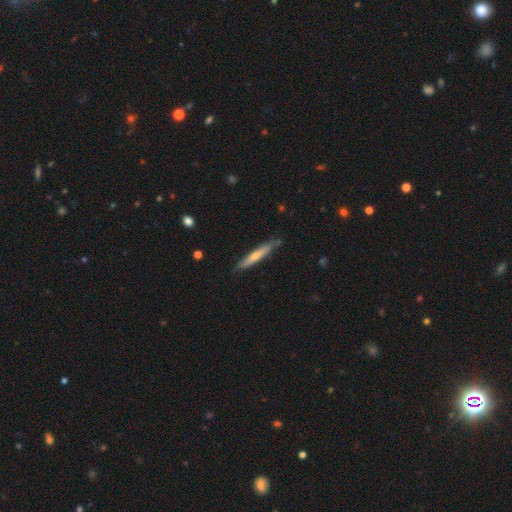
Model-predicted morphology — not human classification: smooth 59%, featured or disk 36%, star or artifact 5%. Down the decision tree: how rounded — cigar-shaped (93%); merging — none (79%).